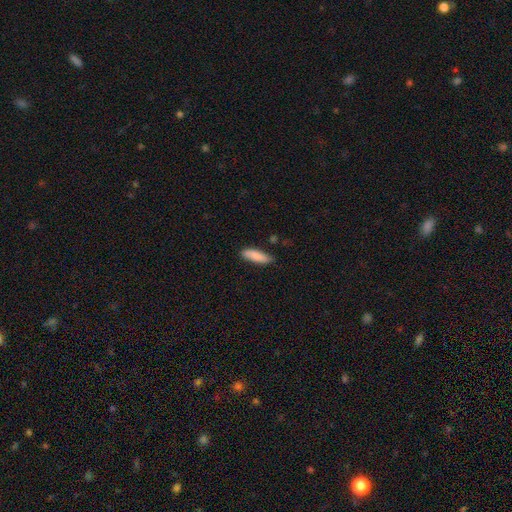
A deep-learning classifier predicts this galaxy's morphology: Q: Smooth or featured?
A: smooth (85%); runner-up: featured or disk (9%)
Q: How rounded?
A: cigar-shaped (54%); runner-up: in between (44%)
Q: Merging?
A: none (79%); runner-up: minor disturbance (16%)